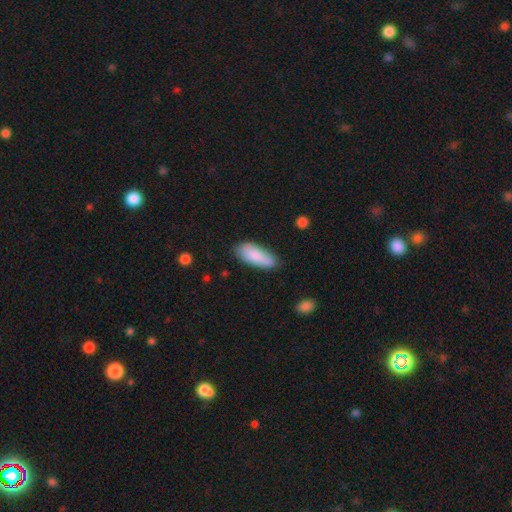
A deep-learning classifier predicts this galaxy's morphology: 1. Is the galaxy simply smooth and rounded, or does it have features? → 84% smooth, 10% featured or disk, 6% star or artifact.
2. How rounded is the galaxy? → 75% in between, 23% cigar-shaped, 2% round.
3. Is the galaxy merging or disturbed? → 70% none, 22% minor disturbance, 4% major disturbance, 3% merger.